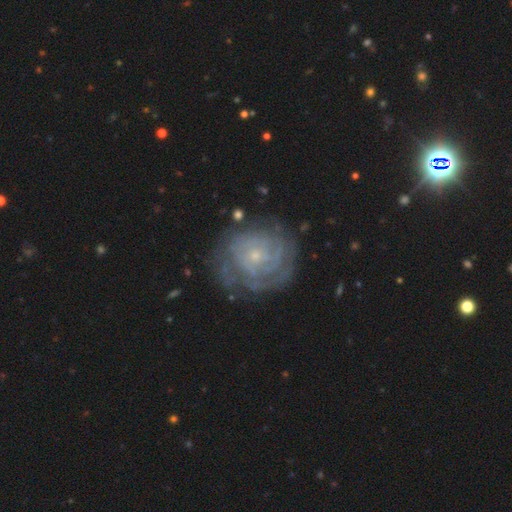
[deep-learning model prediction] Smooth or featured? Predicted: featured or disk (p=0.77). Edge-on disk? Predicted: no (p=0.97). Bar? Predicted: no (p=0.76). Spiral arms? Predicted: yes (p=0.89). Spiral winding? Predicted: tight (p=0.76). Spiral arm count? Predicted: can't tell (p=0.47). Bulge size? Predicted: small (p=0.80). Merging? Predicted: none (p=0.73).